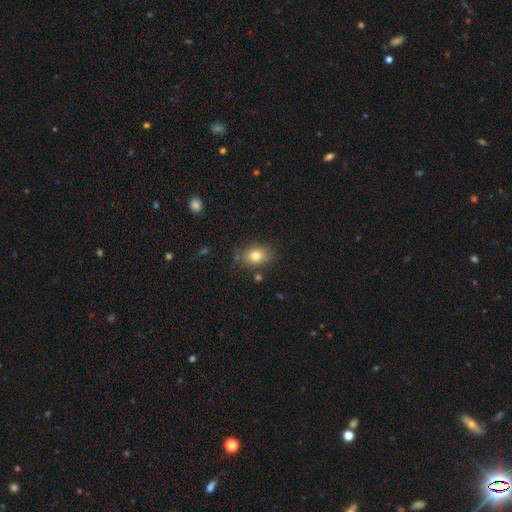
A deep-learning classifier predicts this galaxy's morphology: The model was most divided on "how rounded": in between: 57%, round: 42%, cigar-shaped: 1%. More confident: smooth or featured — smooth (80%); merging — none (80%).